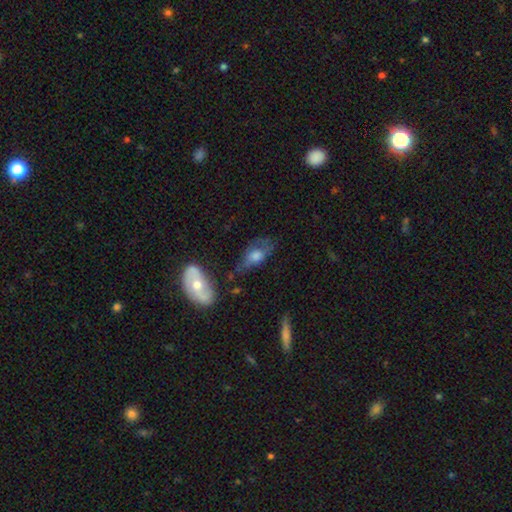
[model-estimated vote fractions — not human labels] Morphology: type=smooth (54%); roundness=in between (83%); merging=none (40%).